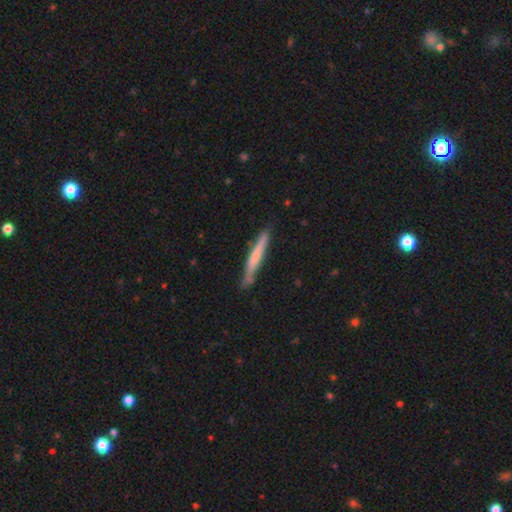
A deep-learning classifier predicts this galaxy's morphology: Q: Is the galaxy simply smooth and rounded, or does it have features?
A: smooth — 55%.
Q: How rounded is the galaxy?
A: cigar-shaped — 96%.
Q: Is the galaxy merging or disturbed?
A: none — 79%.